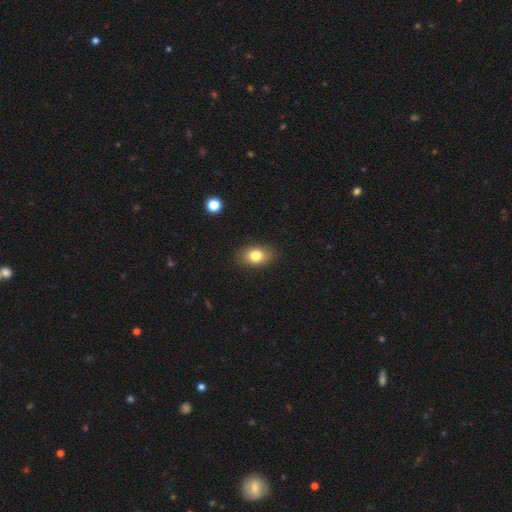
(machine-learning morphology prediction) The model was most divided on "how rounded": in between: 82%, round: 16%, cigar-shaped: 2%. More confident: merging — none (87%); smooth or featured — smooth (80%).